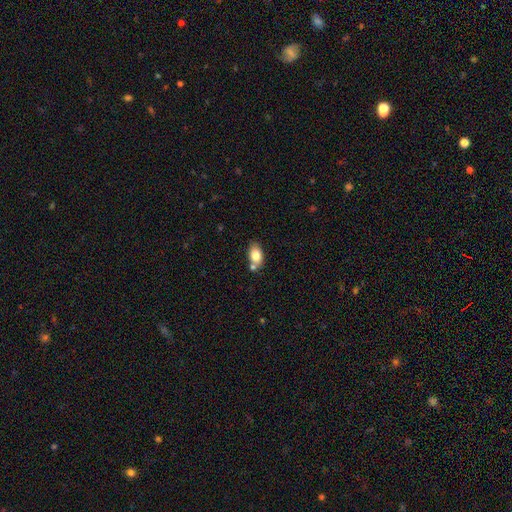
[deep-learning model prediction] This appears to be a smooth galaxy with no disk features (80%) that is in between round and cigar-shaped (87%). Merging: none (63%).